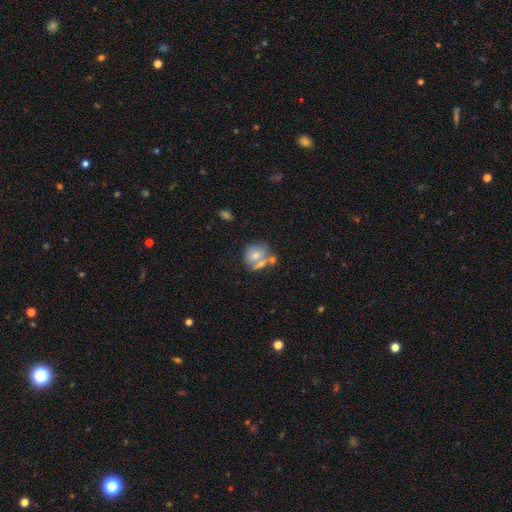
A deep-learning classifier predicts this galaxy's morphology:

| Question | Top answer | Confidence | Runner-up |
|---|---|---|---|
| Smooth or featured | smooth | 66% | featured or disk (25%) |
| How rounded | round | 64% | in between (34%) |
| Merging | merger | 39% | none (37%) |